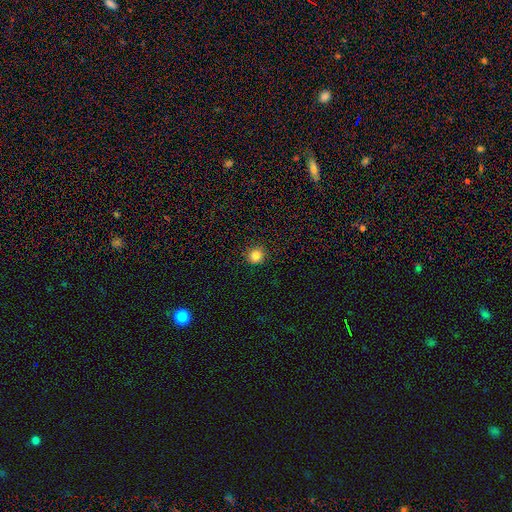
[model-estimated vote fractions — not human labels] A smooth galaxy with no disk features (83%) that is round (94%). Merging: none (92%).